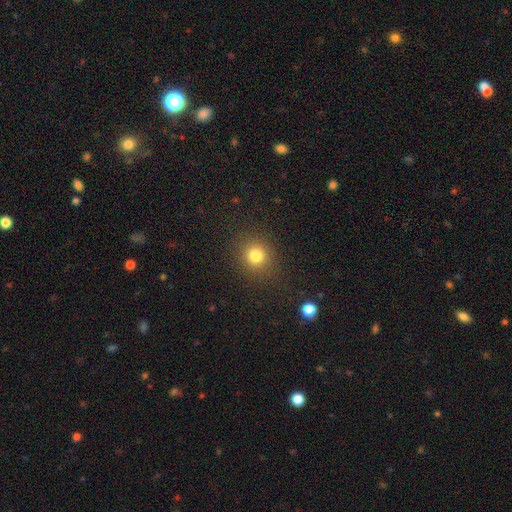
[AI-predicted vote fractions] Q: Smooth or featured?
A: smooth (80%); runner-up: star or artifact (14%)
Q: How rounded?
A: round (85%); runner-up: in between (14%)
Q: Merging?
A: none (87%); runner-up: minor disturbance (8%)